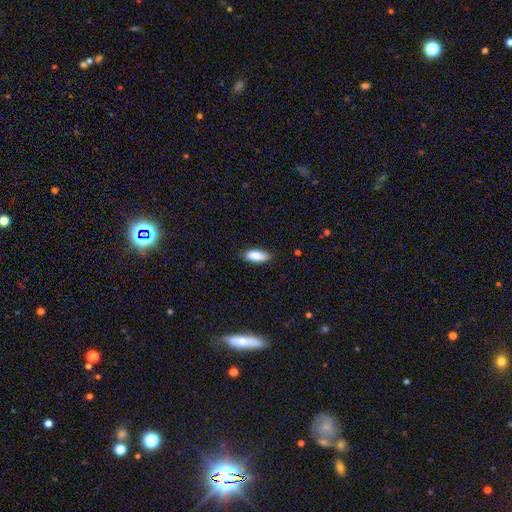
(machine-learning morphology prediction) A smooth galaxy with no disk features (86%) that is in between round and cigar-shaped (78%).

Vote fractions:
- Smooth or featured? smooth: 86% / featured or disk: 7% / star or artifact: 7%
- How rounded? in between: 78% / cigar-shaped: 20% / round: 2%
- Merging? none: 81% / minor disturbance: 16% / major disturbance: 2% / merger: 1%